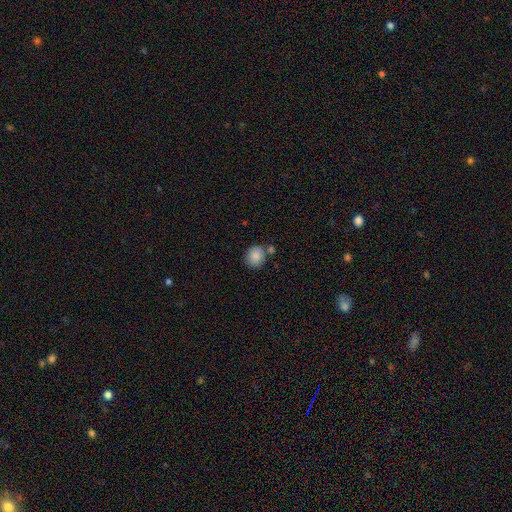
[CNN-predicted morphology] A smooth galaxy with no disk features (87%) that is round (83%). Merging: none (73%).